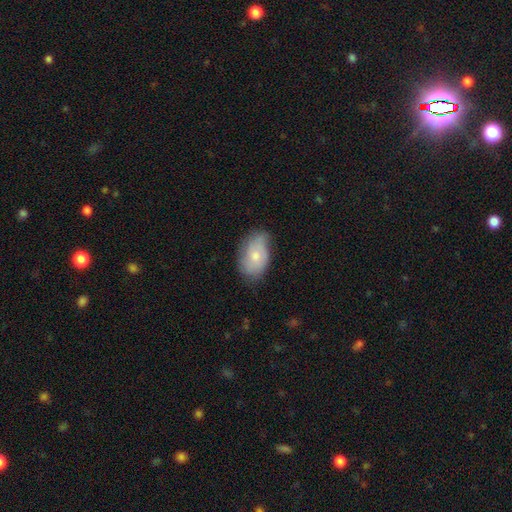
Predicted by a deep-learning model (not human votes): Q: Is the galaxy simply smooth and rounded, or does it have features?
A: smooth — 59%.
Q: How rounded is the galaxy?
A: in between — 86%.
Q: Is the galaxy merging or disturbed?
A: none — 61%.